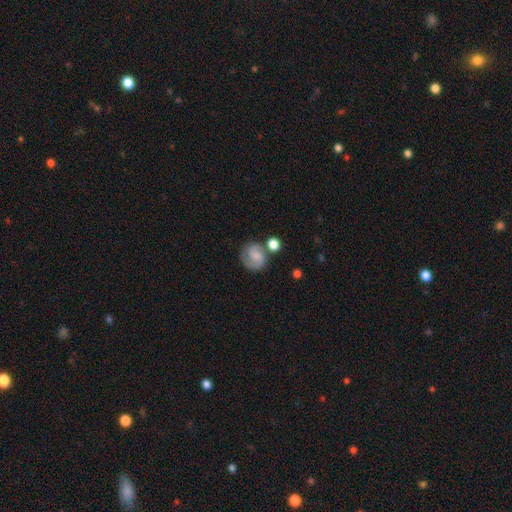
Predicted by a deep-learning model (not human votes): smooth-or-featured: featured or disk: 54% | smooth: 37% | star or artifact: 9%
  disk-edge-on: no: 98% | yes: 2%
    bar: no: 51% | weak: 40% | strong: 9%
    has-spiral-arms: yes: 90% | no: 10%
    bulge-size: small: 36% | none: 35% | moderate: 23% | large: 5% | dominant: 2%
  merging: none: 61% | minor disturbance: 17% | merger: 14% | major disturbance: 7%